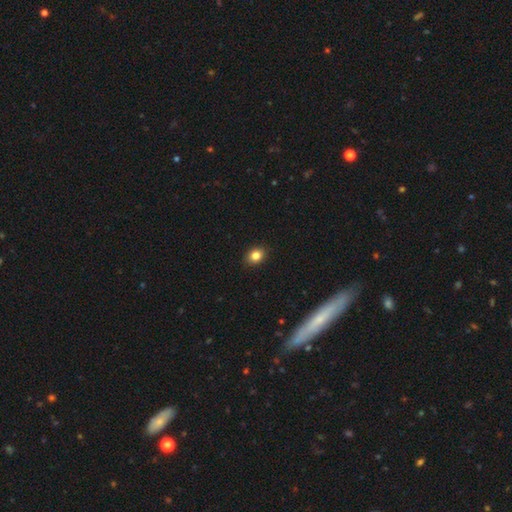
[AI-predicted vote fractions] Q: Smooth or featured?
A: smooth (84%); runner-up: star or artifact (10%)
Q: How rounded?
A: in between (50%); runner-up: round (49%)
Q: Merging?
A: none (90%); runner-up: minor disturbance (8%)